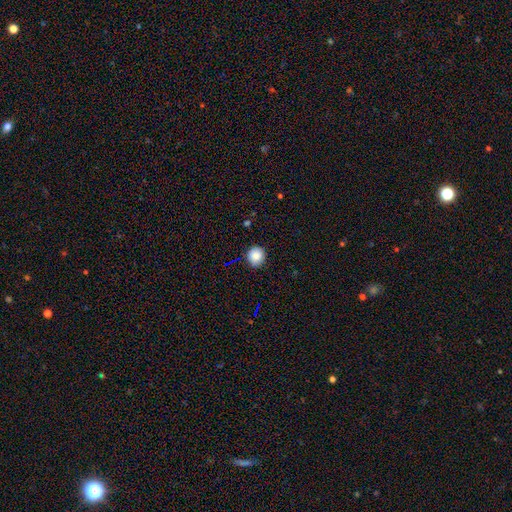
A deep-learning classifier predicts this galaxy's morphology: This is clearly a smooth galaxy (85%). How rounded: clearly round (91%). Merging: clearly none (88%).